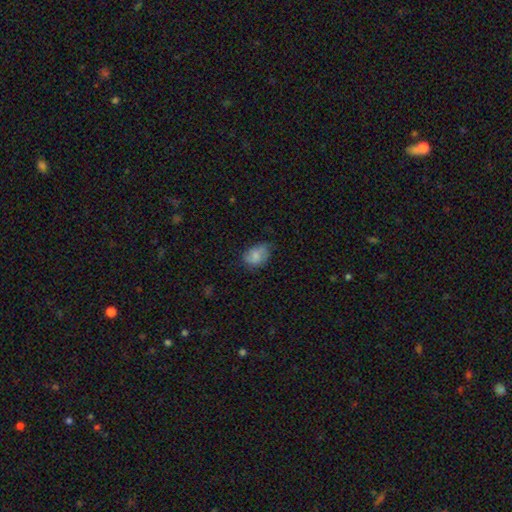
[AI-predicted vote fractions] smooth-or-featured: smooth: 73% | featured or disk: 19% | star or artifact: 8%
  how-rounded: in between: 70% | round: 29% | cigar-shaped: 1%
  merging: none: 59% | minor disturbance: 31% | major disturbance: 8% | merger: 1%